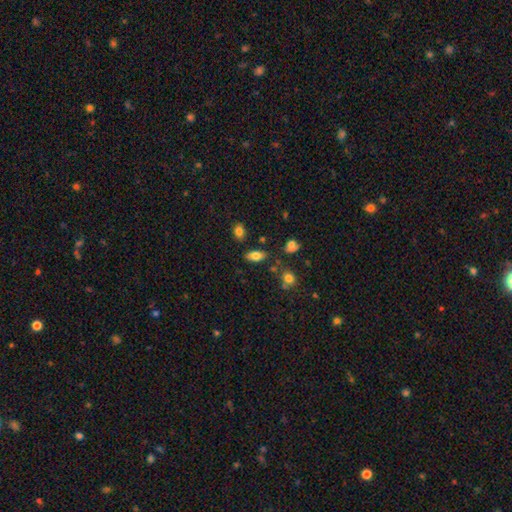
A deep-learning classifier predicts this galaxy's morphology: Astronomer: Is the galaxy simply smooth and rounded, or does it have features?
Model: smooth — 76%.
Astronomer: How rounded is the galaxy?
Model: in between — 87%.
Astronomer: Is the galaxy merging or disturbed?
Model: none — 79%.